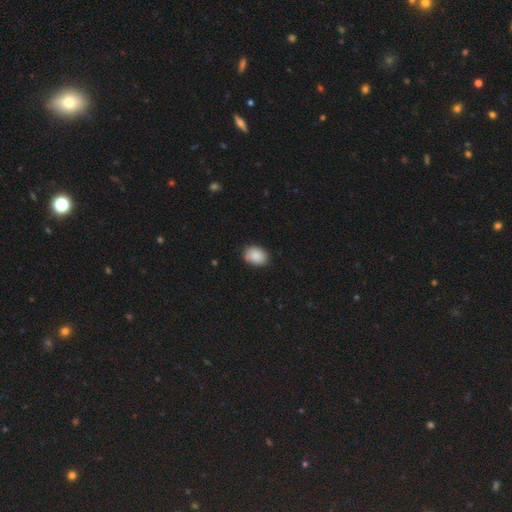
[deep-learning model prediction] A smooth galaxy with no disk features (89%) that is in between round and cigar-shaped (75%).

Vote fractions:
- Smooth or featured? smooth: 89% / star or artifact: 7% / featured or disk: 4%
- How rounded? in between: 75% / round: 24% / cigar-shaped: 1%
- Merging? none: 83% / minor disturbance: 14% / major disturbance: 2% / merger: 1%